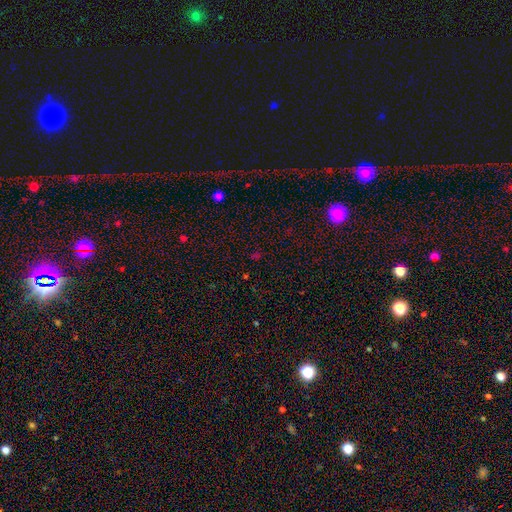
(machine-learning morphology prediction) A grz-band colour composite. It shows a star or artifact, not a galaxy (57%).